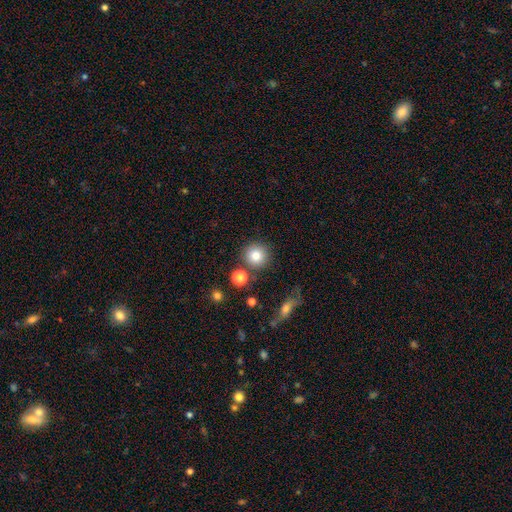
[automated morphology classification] This is clearly a smooth galaxy (82%). How rounded: clearly round (93%). Merging: clearly none (83%).